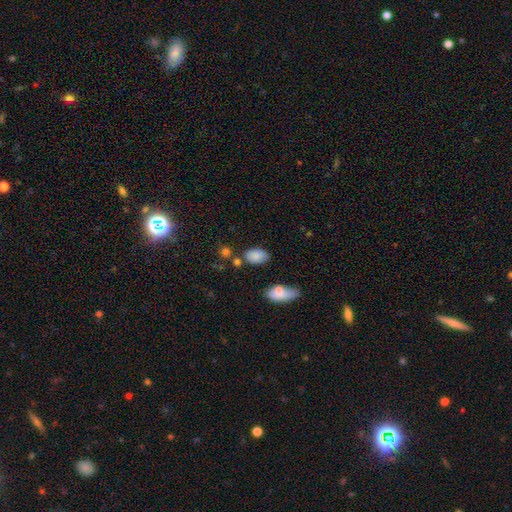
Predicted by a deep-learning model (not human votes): Smooth or featured? Predicted: smooth (p=0.84). How rounded? Predicted: in between (p=0.90). Merging? Predicted: none (p=0.67).